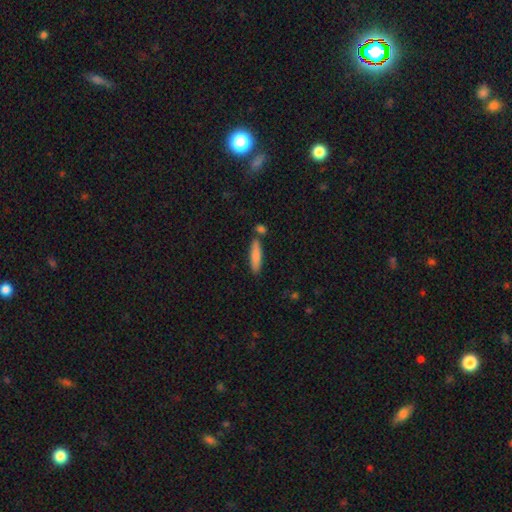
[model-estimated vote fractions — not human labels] Overall: smooth (79%). How rounded: cigar-shaped (78%). Merging: none (77%).